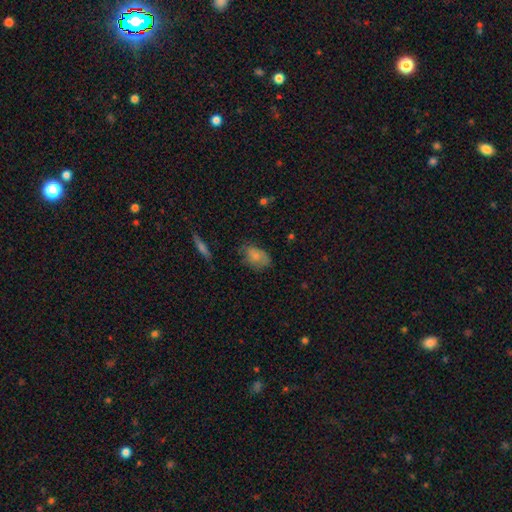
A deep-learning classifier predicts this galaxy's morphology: This appears to be a smooth galaxy with no disk features (79%) that is in between round and cigar-shaped (86%). Merging: none (61%).